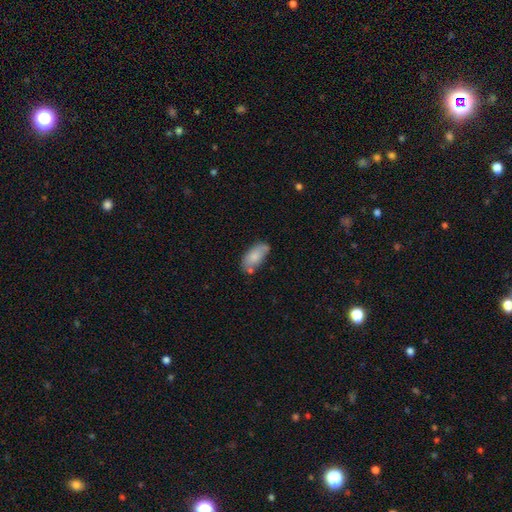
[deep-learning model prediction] Overall: smooth (79%). How rounded: in between (91%). Merging: none (58%; minor disturbance 25%).